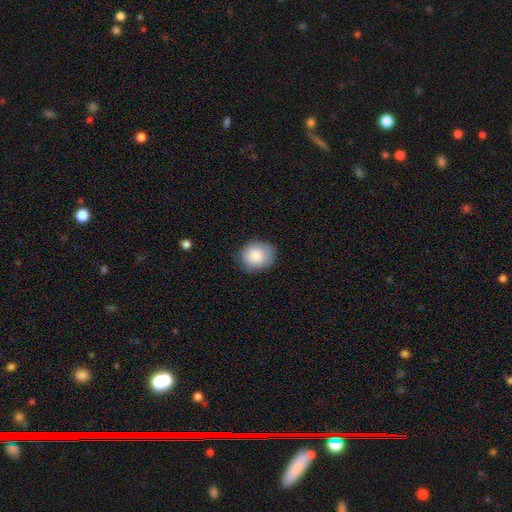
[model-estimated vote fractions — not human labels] Morphology: type=smooth (86%); roundness=round (72%); merging=none (79%).